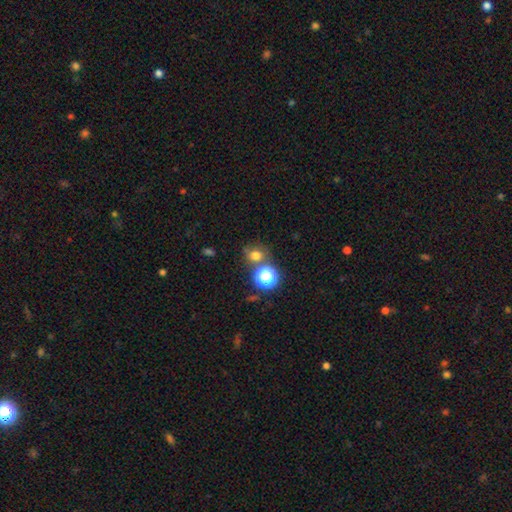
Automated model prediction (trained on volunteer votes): This is likely a smooth galaxy (67%). How rounded: likely round (77%). Merging: likely none (66%).